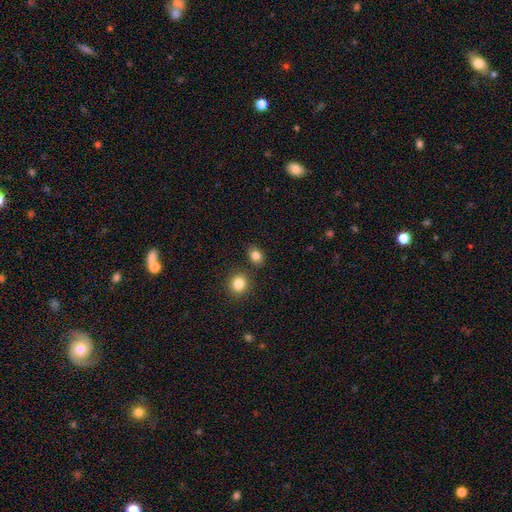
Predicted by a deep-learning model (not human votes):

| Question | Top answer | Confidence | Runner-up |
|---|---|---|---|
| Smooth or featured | smooth | 83% | star or artifact (11%) |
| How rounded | round | 56% | in between (43%) |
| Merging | none | 79% | minor disturbance (9%) |